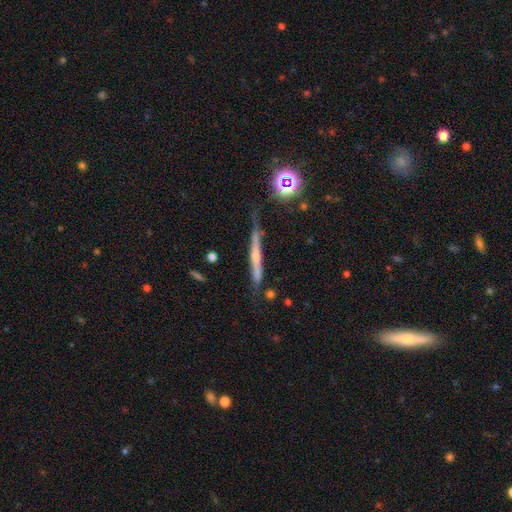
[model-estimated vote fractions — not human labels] A featured or disk galaxy (63%) viewed edge-on (95%) with a rounded central bulge (60%).

Vote fractions:
- Smooth or featured? featured or disk: 63% / smooth: 26% / star or artifact: 10%
- Edge-on disk? yes: 95% / no: 5%
- Edge-on bulge? rounded: 60% / none: 30% / boxy: 10%
- Merging? none: 69% / minor disturbance: 22% / major disturbance: 5% / merger: 4%